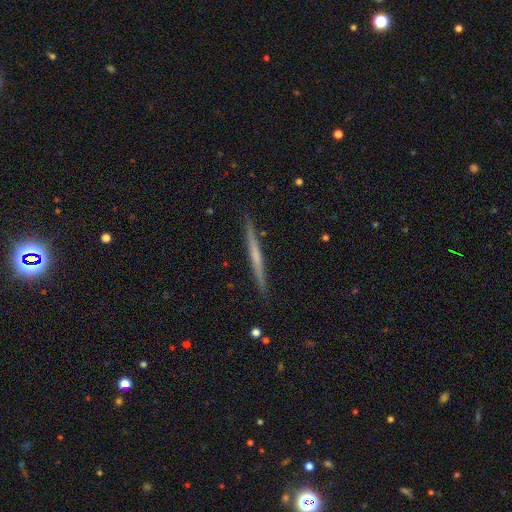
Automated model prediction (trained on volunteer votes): Smooth or featured?
  - featured or disk: 58% *
  - smooth: 37%
  - star or artifact: 5%
Edge-on disk?
  - yes: 98% *
  - no: 2%
Edge-on bulge?
  - none: 77% *
  - rounded: 16%
  - boxy: 6%
Merging?
  - none: 91% *
  - minor disturbance: 6%
  - major disturbance: 1%
  - merger: 1%